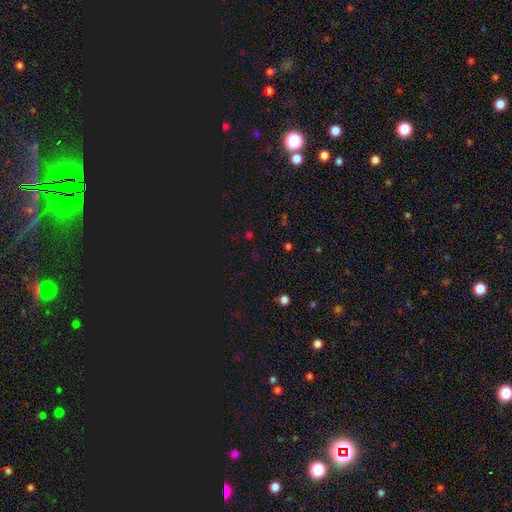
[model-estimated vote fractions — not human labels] Smooth or featured?
  - star or artifact: 63% *
  - smooth: 30%
  - featured or disk: 7%